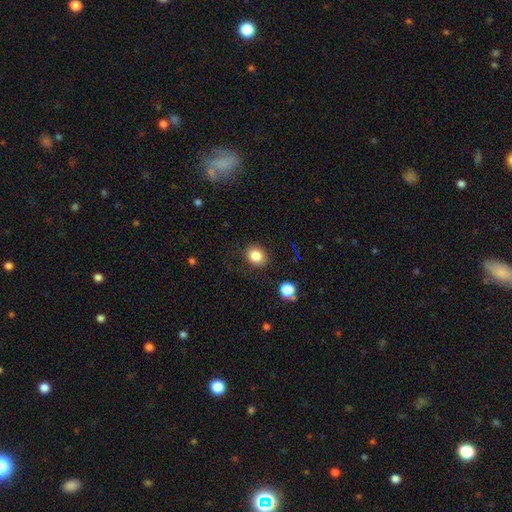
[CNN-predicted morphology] smooth_or_featured: smooth (p=0.84) [alt: star or artifact p=0.11]
how_rounded: round (p=0.63) [alt: in between p=0.36]
merging: none (p=0.86) [alt: minor disturbance p=0.10]